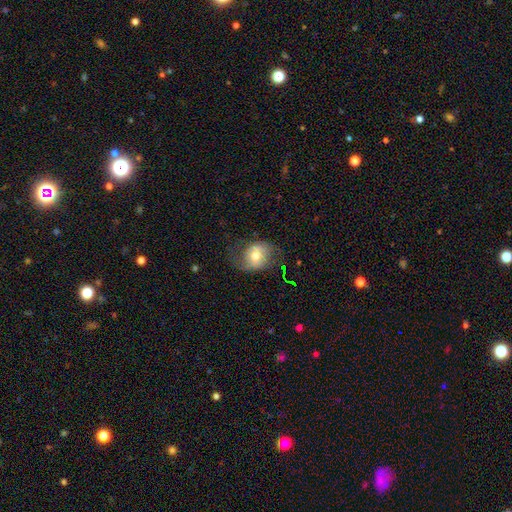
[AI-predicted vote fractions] A smooth galaxy with no disk features (51%) that is round (55%). Merging: none (61%).